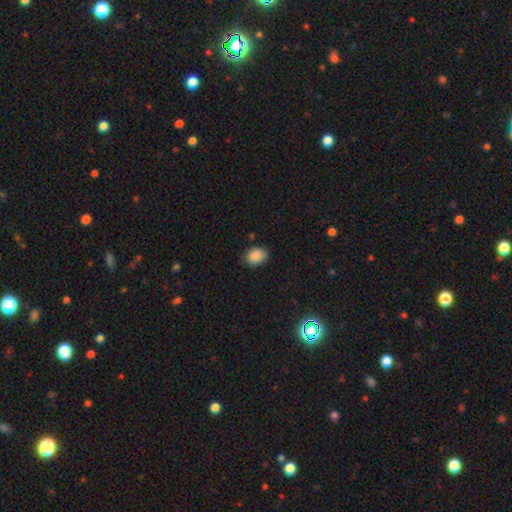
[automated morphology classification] Smooth or featured?
  - smooth: 88% *
  - star or artifact: 8%
  - featured or disk: 4%
How rounded?
  - in between: 62% *
  - round: 37%
  - cigar-shaped: 1%
Merging?
  - none: 81% *
  - minor disturbance: 15%
  - major disturbance: 3%
  - merger: 1%